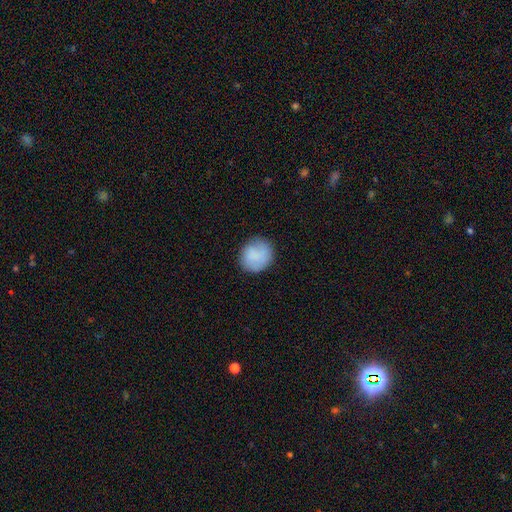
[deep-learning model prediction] The model was most divided on "merging": none: 78%, minor disturbance: 15%, major disturbance: 5%, merger: 1%. More confident: how rounded — round (86%); smooth or featured — smooth (82%).